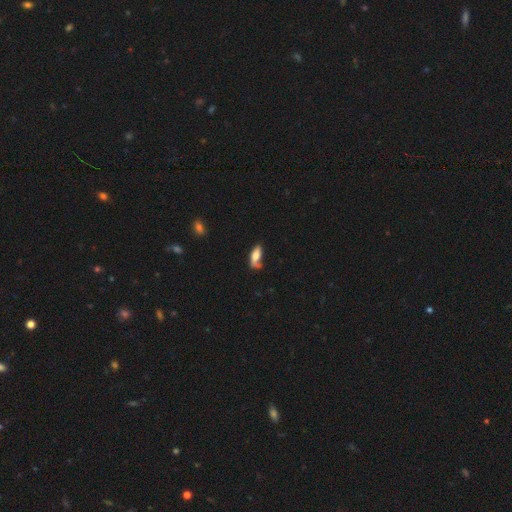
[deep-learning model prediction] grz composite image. It shows a smooth galaxy with no disk features (67%) that is in between round and cigar-shaped (77%). Merging: none (43%).